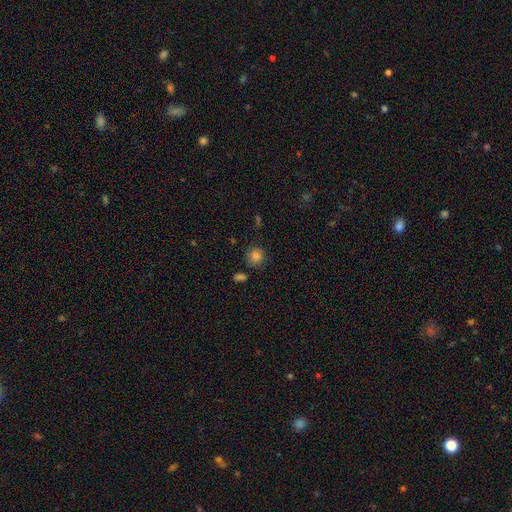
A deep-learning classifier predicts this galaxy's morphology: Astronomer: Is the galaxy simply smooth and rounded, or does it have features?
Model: smooth — 83%.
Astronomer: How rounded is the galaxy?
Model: round — 89%.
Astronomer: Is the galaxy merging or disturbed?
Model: none — 82%.